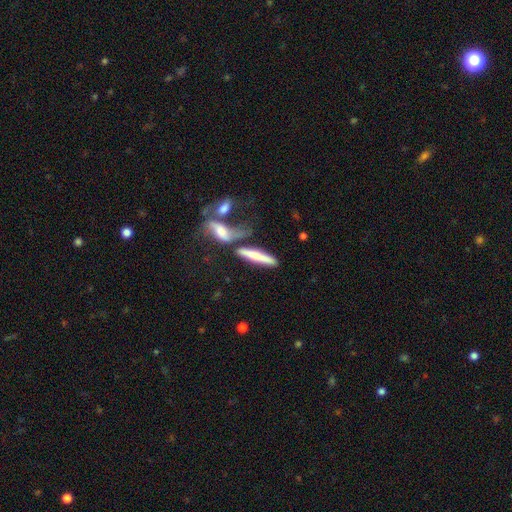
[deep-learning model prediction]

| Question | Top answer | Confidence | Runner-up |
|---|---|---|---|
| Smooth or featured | smooth | 59% | featured or disk (33%) |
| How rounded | cigar-shaped | 84% | in between (13%) |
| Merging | none | 51% | merger (28%) |